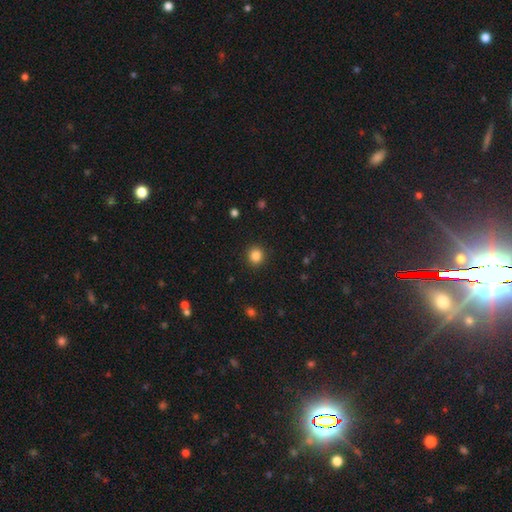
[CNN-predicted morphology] Smooth or featured: smooth — 85% (star or artifact — 11%)
How rounded: round — 90% (in between — 9%)
Merging: none — 91% (minor disturbance — 5%)